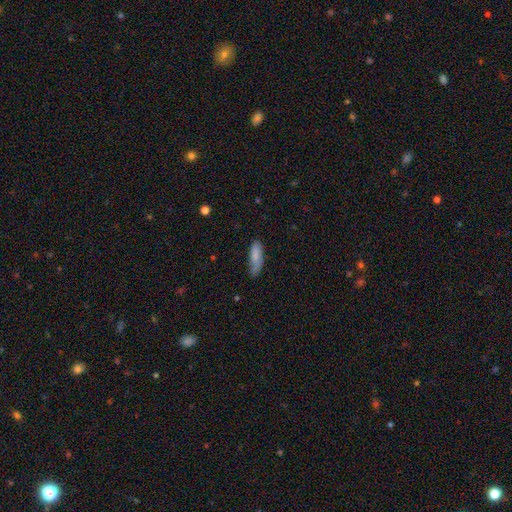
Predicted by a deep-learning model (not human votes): Smooth or featured? smooth (82%)
How rounded? in between (52%)
Merging? none (63%)